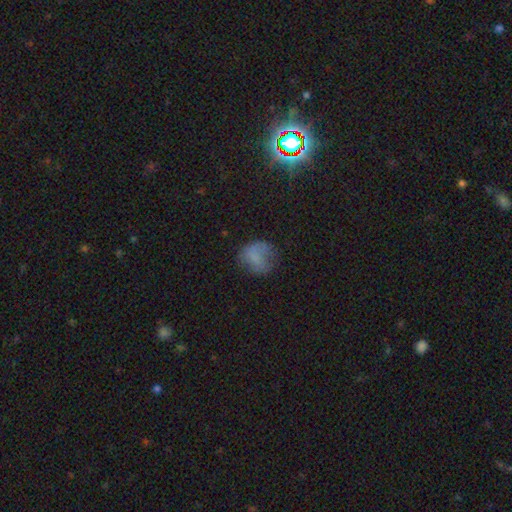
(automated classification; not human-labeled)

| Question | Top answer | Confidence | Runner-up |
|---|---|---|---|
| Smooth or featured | smooth | 67% | featured or disk (20%) |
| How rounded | round | 67% | in between (32%) |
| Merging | none | 53% | minor disturbance (26%) |